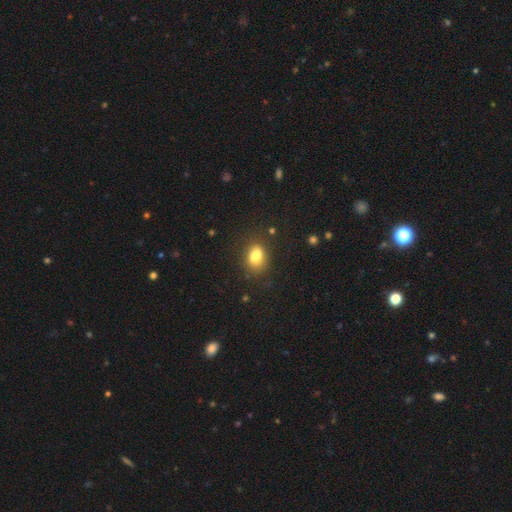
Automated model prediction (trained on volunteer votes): smooth_or_featured: smooth (p=0.80) [alt: star or artifact p=0.10]
how_rounded: in between (p=0.74) [alt: round p=0.24]
merging: none (p=0.66) [alt: minor disturbance p=0.19]